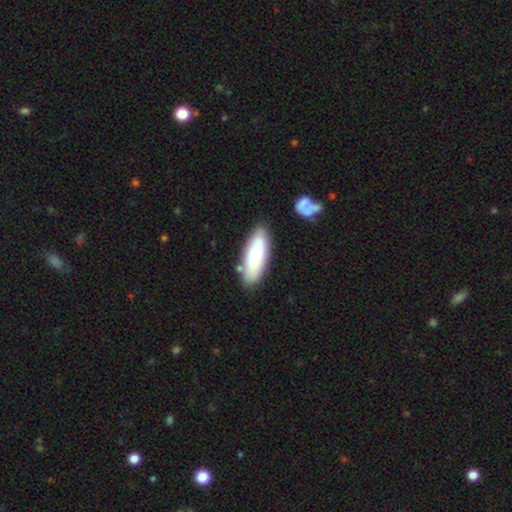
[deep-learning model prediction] Smooth or featured?
  - smooth: 77% *
  - featured or disk: 18%
  - star or artifact: 6%
How rounded?
  - in between: 58% *
  - cigar-shaped: 40%
  - round: 2%
Merging?
  - none: 74% *
  - minor disturbance: 15%
  - merger: 7%
  - major disturbance: 4%